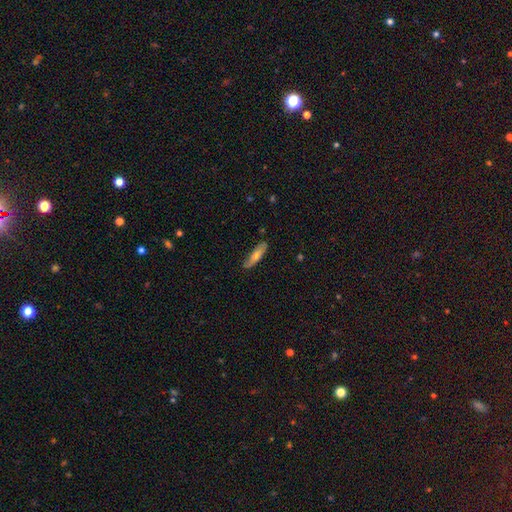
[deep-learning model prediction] A smooth galaxy with no disk features (52%) that is cigar-shaped (73%).

Vote fractions:
- Smooth or featured? smooth: 52% / featured or disk: 41% / star or artifact: 7%
- How rounded? cigar-shaped: 73% / in between: 25% / round: 2%
- Merging? none: 77% / minor disturbance: 18% / major disturbance: 3% / merger: 2%